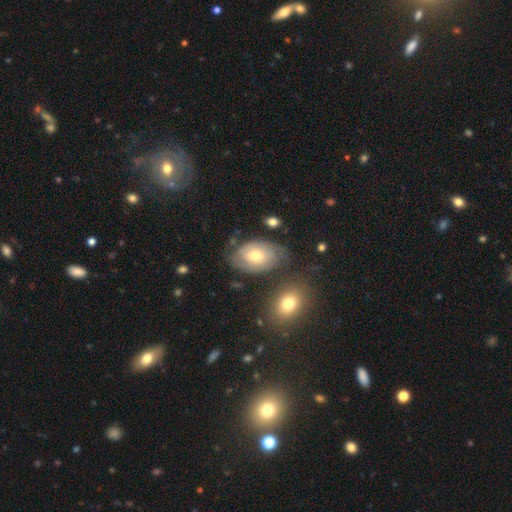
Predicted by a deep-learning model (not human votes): This appears to be a featured or disk galaxy (60%) with no bar (78%), spiral arms (79%) and a moderate central bulge (58%). Merging: none (67%).